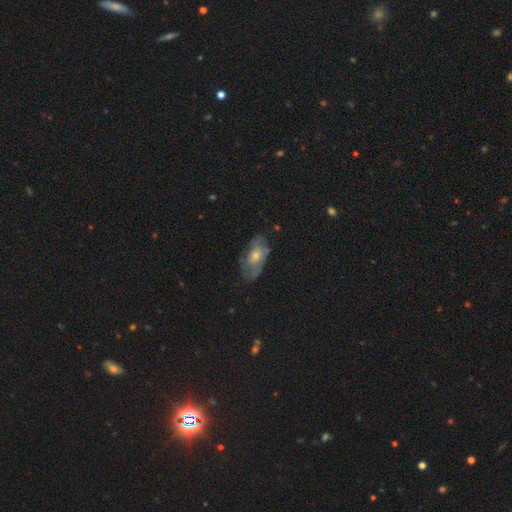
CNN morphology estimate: Q: Smooth or featured?
A: featured or disk (57%); runner-up: smooth (36%)
Q: Edge-on disk?
A: no (90%); runner-up: yes (10%)
Q: Bar?
A: no (79%); runner-up: weak (18%)
Q: Spiral arms?
A: yes (65%); runner-up: no (35%)
Q: Bulge size?
A: moderate (58%); runner-up: small (31%)
Q: Merging?
A: none (65%); runner-up: minor disturbance (24%)